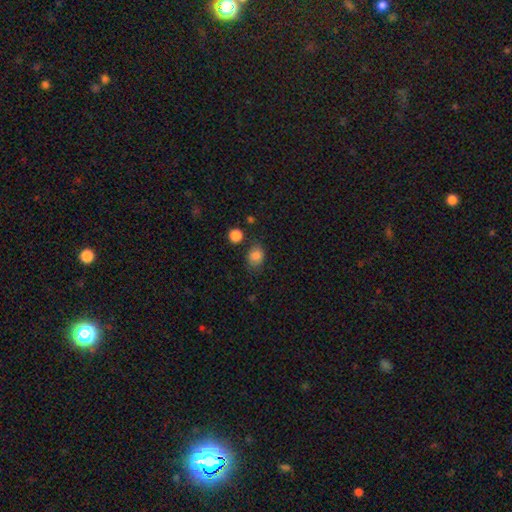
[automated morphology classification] Smooth or featured: smooth — 84% (star or artifact — 11%)
How rounded: in between — 56% (round — 43%)
Merging: none — 72% (minor disturbance — 18%)